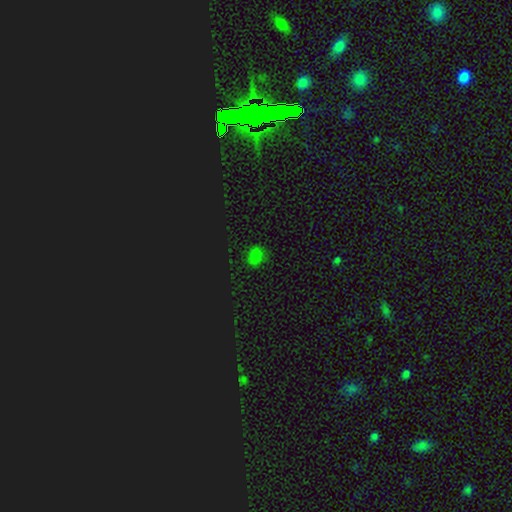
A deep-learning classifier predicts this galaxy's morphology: Smooth or featured: smooth — 69% (star or artifact — 27%)
How rounded: in between — 68% (round — 30%)
Merging: none — 82% (minor disturbance — 13%)